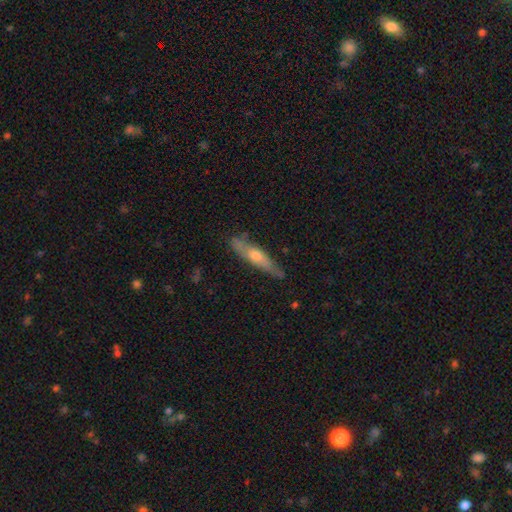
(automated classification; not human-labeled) Smooth or featured? Predicted: featured or disk (p=0.60). Edge-on disk? Predicted: yes (p=0.78). Merging? Predicted: none (p=0.80).